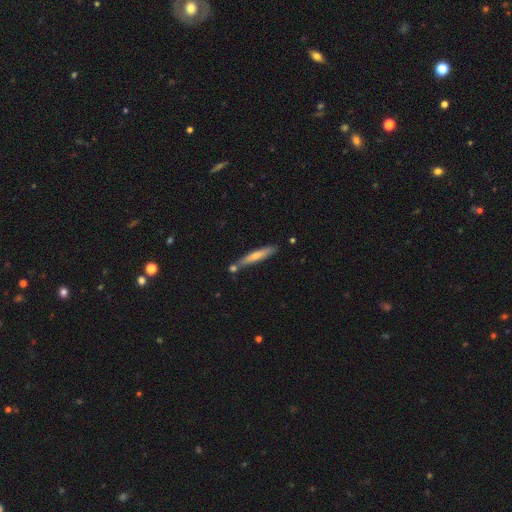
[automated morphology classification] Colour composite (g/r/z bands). It shows a featured or disk galaxy (50%). Merging: none (81%).